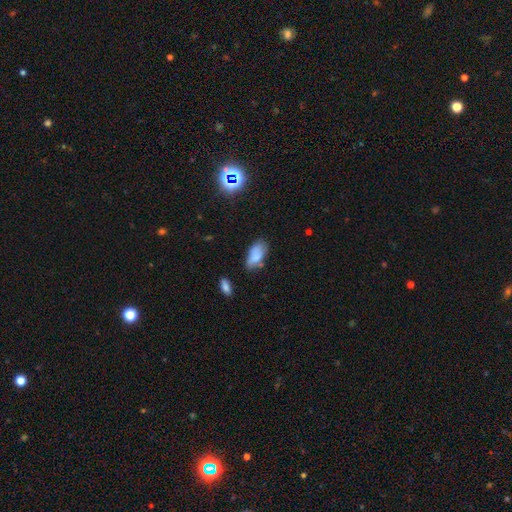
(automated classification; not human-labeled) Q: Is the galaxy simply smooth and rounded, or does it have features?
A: smooth — 72%.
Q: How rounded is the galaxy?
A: in between — 92%.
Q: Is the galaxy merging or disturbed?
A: none — 57%.